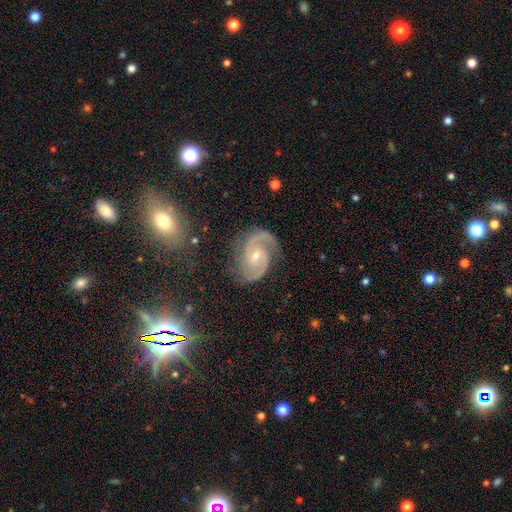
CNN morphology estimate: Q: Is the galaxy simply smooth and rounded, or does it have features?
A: featured or disk — 91%.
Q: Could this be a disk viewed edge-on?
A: no — 98%.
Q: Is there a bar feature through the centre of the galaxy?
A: no — 59%.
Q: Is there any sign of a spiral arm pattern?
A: yes — 98%.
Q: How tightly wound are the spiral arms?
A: medium — 52%.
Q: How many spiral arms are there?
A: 2 — 89%.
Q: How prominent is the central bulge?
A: small — 58%.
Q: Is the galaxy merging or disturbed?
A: none — 77%.